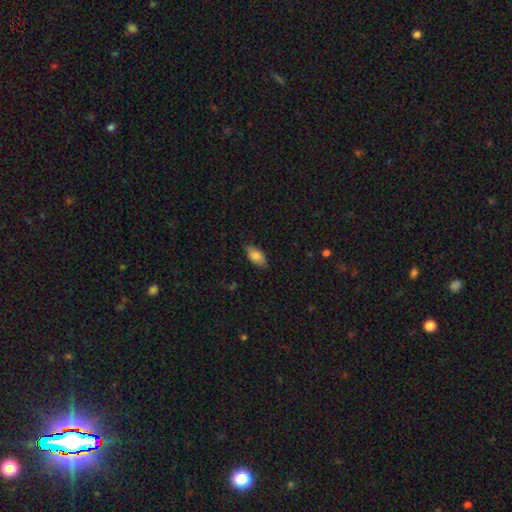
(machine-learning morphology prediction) Smooth or featured? Predicted: smooth (p=0.82). How rounded? Predicted: in between (p=0.92). Merging? Predicted: none (p=0.82).